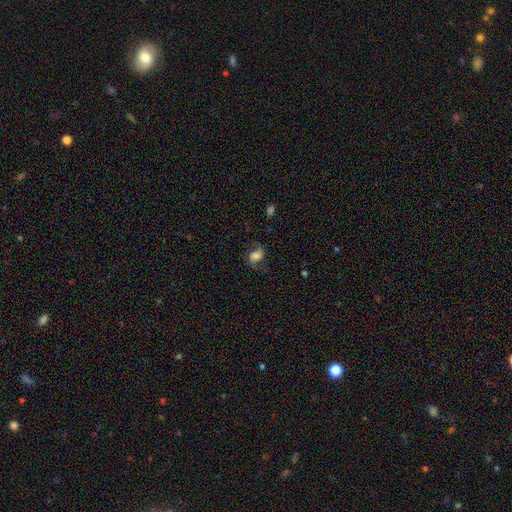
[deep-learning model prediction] featured or disk 63%, smooth 26%, star or artifact 11%. Down the decision tree: edge-on disk — no (97%); bar — no (48%); spiral arms — yes (92%); spiral arm count — 2 (90%); spiral winding — loose (63%); bulge size — moderate (33%); merging — none (69%).